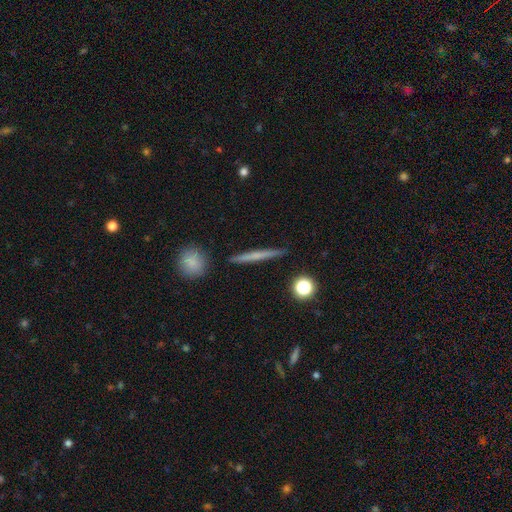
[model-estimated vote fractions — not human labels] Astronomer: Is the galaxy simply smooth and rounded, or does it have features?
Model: smooth — 51% (runner-up: featured or disk, 43%).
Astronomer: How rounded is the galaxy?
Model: cigar-shaped — 92%.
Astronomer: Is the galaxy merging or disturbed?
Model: none — 91%.